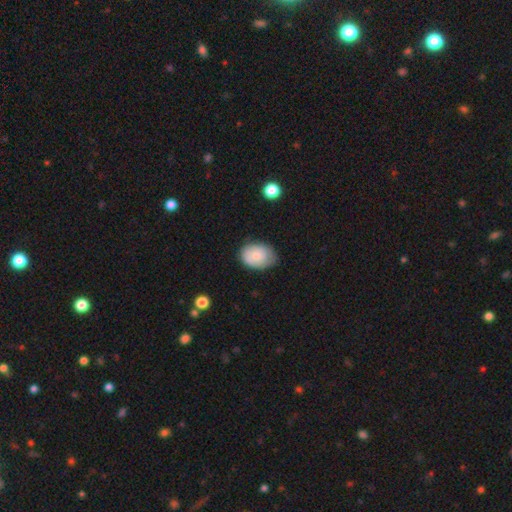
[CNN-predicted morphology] Q: Smooth or featured?
A: smooth (68%); runner-up: featured or disk (25%)
Q: How rounded?
A: in between (74%); runner-up: round (25%)
Q: Merging?
A: none (67%); runner-up: minor disturbance (26%)